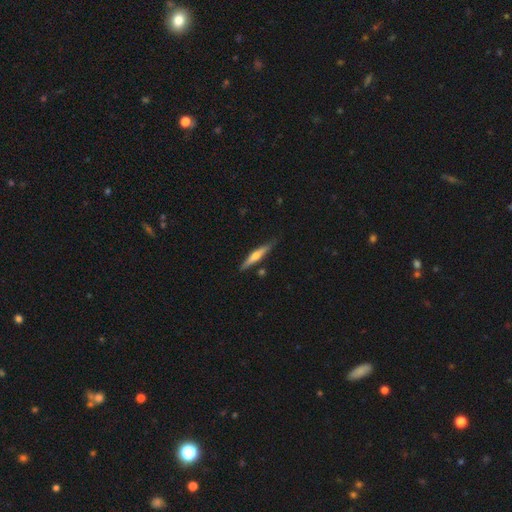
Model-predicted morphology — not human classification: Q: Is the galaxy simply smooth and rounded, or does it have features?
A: featured or disk — 56%.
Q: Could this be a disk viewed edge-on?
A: yes — 95%.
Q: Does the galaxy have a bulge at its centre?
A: rounded — 85%.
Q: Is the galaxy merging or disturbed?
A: none — 81%.